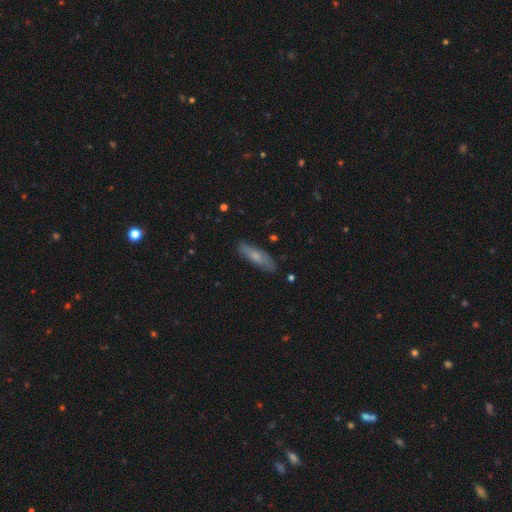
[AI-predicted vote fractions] A smooth galaxy with no disk features (64%) that is cigar-shaped (64%). Merging: none (83%).